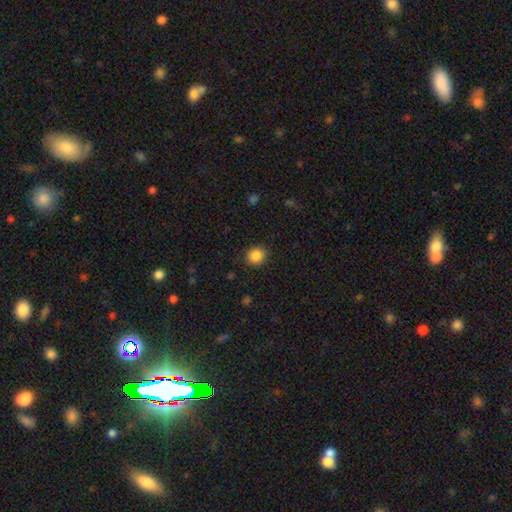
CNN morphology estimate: Smooth or featured: smooth — 87% (star or artifact — 10%)
How rounded: round — 80% (in between — 19%)
Merging: none — 88% (minor disturbance — 8%)